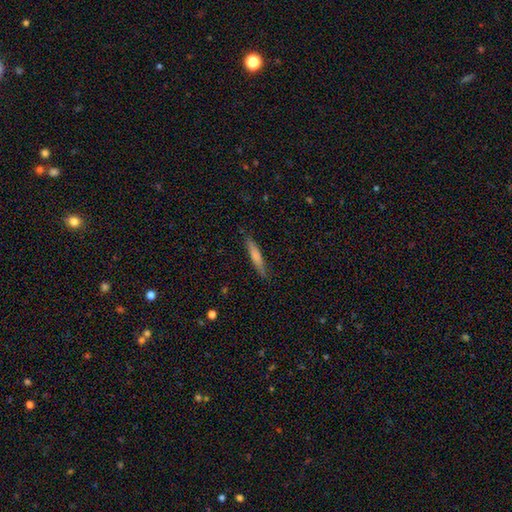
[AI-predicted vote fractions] Smooth or featured? smooth (73%)
How rounded? cigar-shaped (90%)
Merging? none (83%)